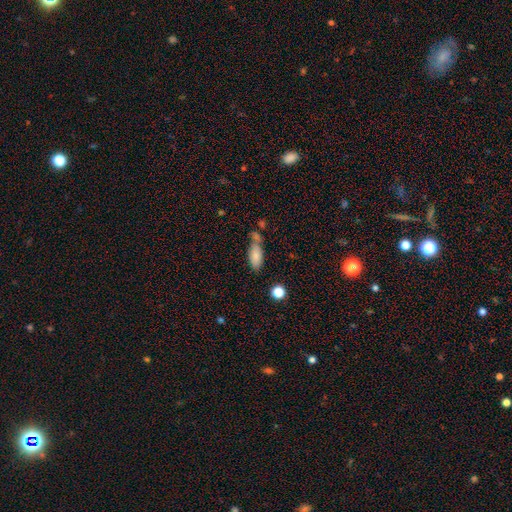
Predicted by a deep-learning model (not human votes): This appears to be a smooth galaxy with no disk features (80%) that is in between round and cigar-shaped (82%). Merging: none (47%).